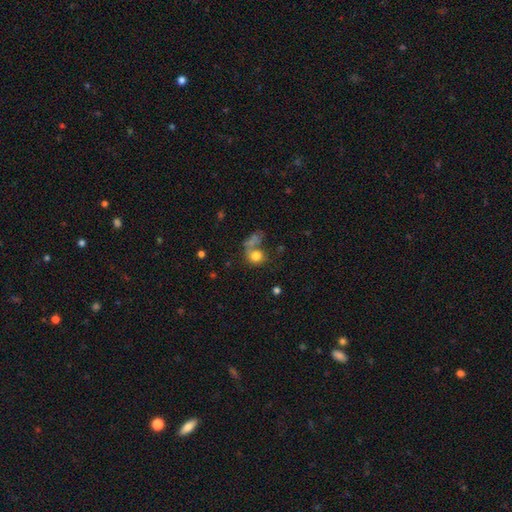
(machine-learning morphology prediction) A smooth galaxy with no disk features (78%) that is round (74%). Merging: none (43%).